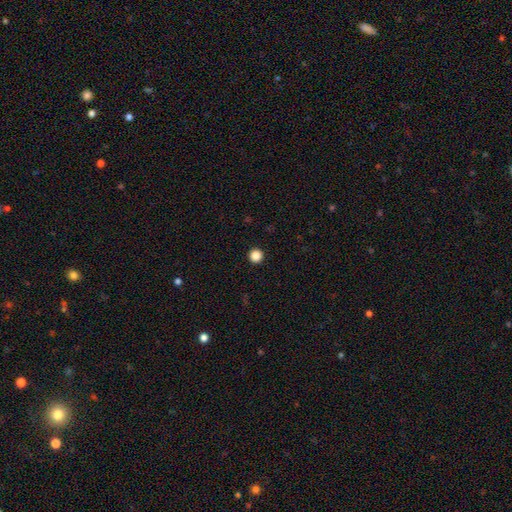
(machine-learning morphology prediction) Smooth or featured: smooth — 87% (star or artifact — 11%)
How rounded: round — 96% (in between — 3%)
Merging: none — 94% (minor disturbance — 4%)